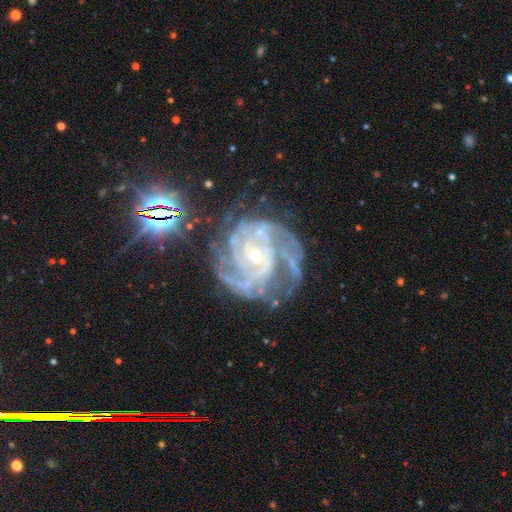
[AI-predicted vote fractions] A featured or disk galaxy (90%) with no bar (60%), 2 (29%) tight (61%) spiral arms (98%) and a small central bulge (62%).

Vote fractions:
- Smooth or featured? featured or disk: 90% / star or artifact: 7% / smooth: 3%
- Edge-on disk? no: 98% / yes: 2%
- Bar? no: 60% / weak: 30% / strong: 10%
- Spiral arms? yes: 98% / no: 2%
- Spiral winding? tight: 61% / medium: 33% / loose: 6%
- Spiral arm count? 2: 29% / 3: 23% / can't tell: 20% / 4: 13% / more than 4: 8% / 1: 7%
- Bulge size? small: 62% / moderate: 34% / large: 1% / none: 1% / dominant: 1%
- Merging? none: 57% / minor disturbance: 23% / major disturbance: 17% / merger: 3%